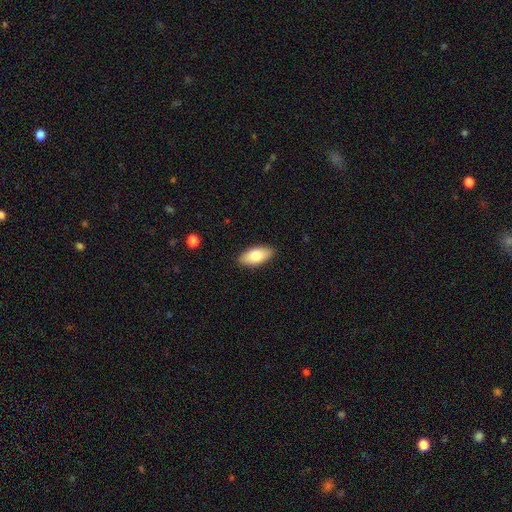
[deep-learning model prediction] This is likely a smooth galaxy (78%). How rounded: clearly in between (90%). Merging: clearly none (89%).